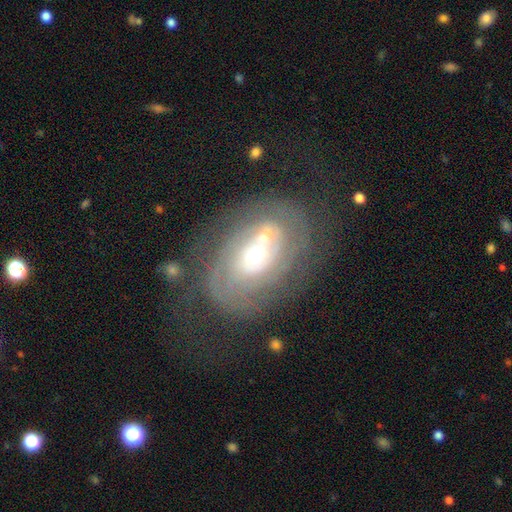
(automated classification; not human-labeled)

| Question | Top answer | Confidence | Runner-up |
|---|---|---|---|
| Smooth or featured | featured or disk | 77% | smooth (15%) |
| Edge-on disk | no | 96% | yes (4%) |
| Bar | no | 75% | weak (19%) |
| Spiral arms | yes | 77% | no (23%) |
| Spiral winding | tight | 67% | medium (23%) |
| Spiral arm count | can't tell | 44% | 2 (32%) |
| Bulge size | moderate | 48% | small (45%) |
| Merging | none | 51% | minor disturbance (20%) |